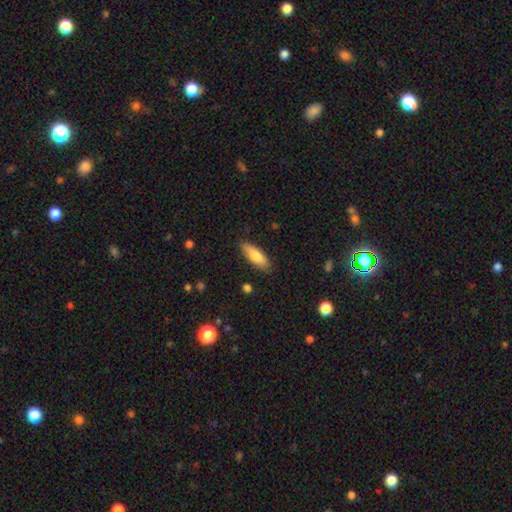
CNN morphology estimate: Smooth or featured? smooth (80%)
How rounded? in between (54%)
Merging? none (86%)